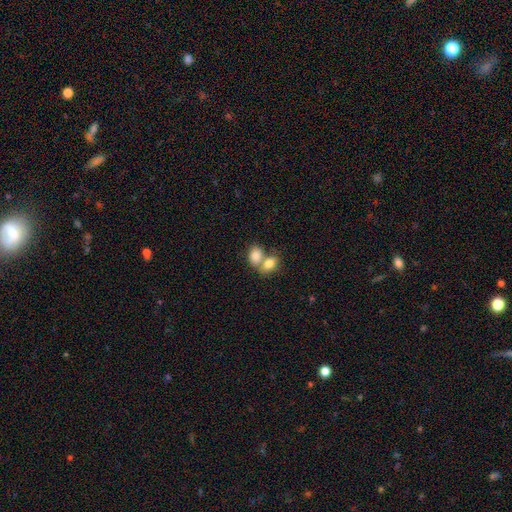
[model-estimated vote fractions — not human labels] Q: Smooth or featured?
A: smooth (82%); runner-up: featured or disk (10%)
Q: How rounded?
A: in between (75%); runner-up: round (23%)
Q: Merging?
A: merger (62%); runner-up: none (27%)